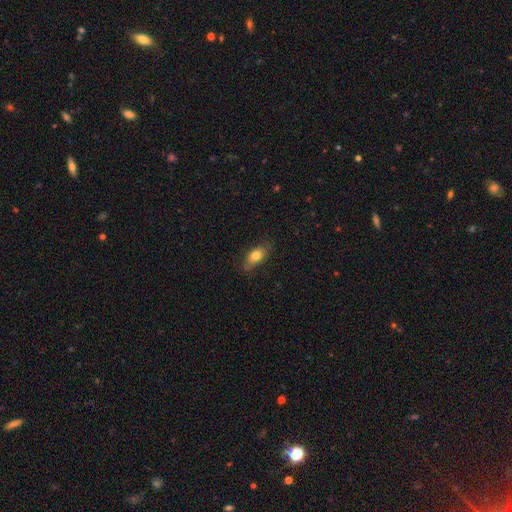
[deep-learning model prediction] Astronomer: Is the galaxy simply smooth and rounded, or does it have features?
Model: smooth — 76%.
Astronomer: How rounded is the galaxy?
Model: in between — 85%.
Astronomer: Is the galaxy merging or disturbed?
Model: none — 77%.